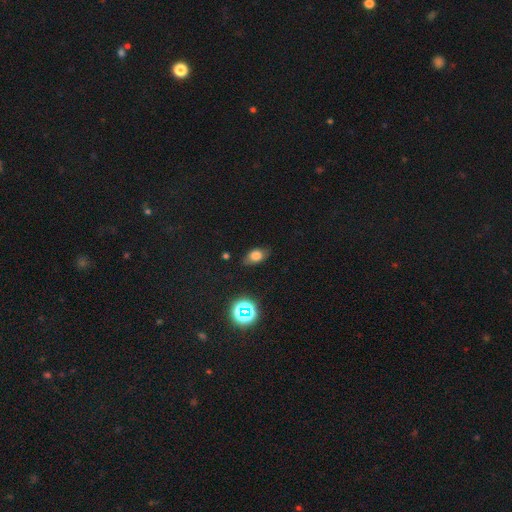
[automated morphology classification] This is likely a smooth galaxy (69%). How rounded: clearly in between (80%). Merging: likely none (74%).